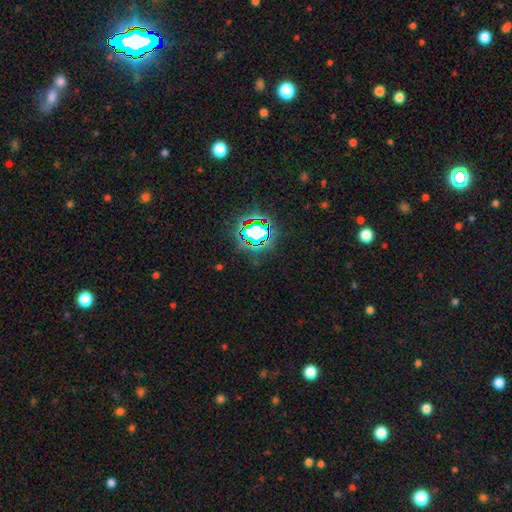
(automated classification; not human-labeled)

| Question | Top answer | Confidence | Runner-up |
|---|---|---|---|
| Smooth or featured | star or artifact | 78% | smooth (14%) |